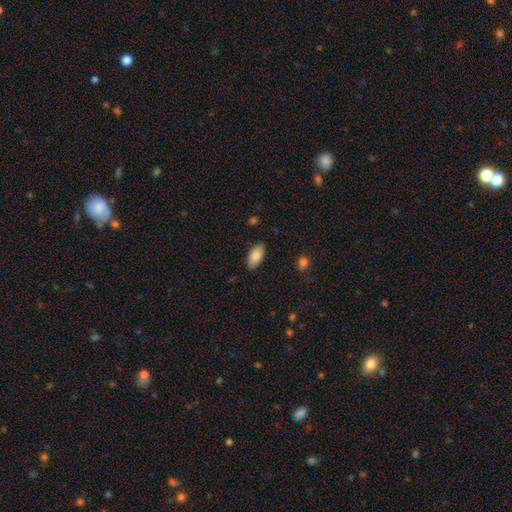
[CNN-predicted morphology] This appears to be a smooth galaxy with no disk features (86%) that is in between round and cigar-shaped (91%). Merging: none (86%).